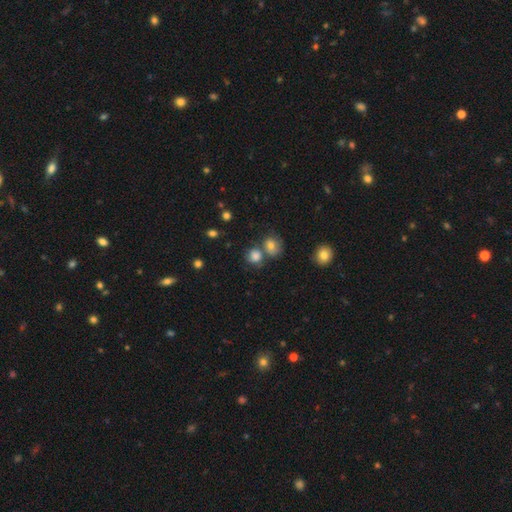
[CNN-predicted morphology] Overall: smooth (81%). How rounded: round (79%). Merging: none (56%; merger 29%).